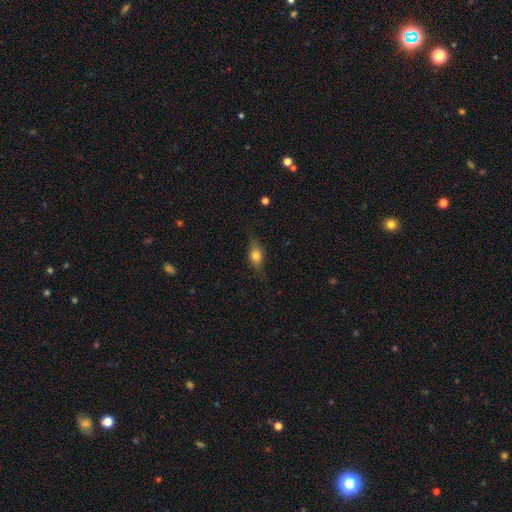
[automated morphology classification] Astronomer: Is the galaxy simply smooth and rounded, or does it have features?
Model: smooth — 67%.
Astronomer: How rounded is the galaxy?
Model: in between — 69%.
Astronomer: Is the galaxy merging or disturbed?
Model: none — 72%.